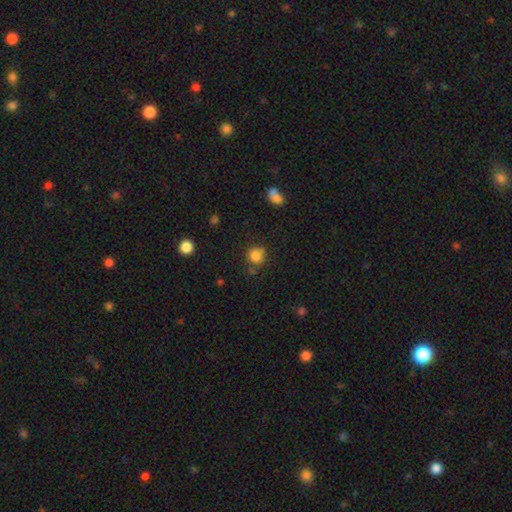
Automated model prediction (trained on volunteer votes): Smooth or featured? smooth (82%)
How rounded? round (87%)
Merging? none (68%)